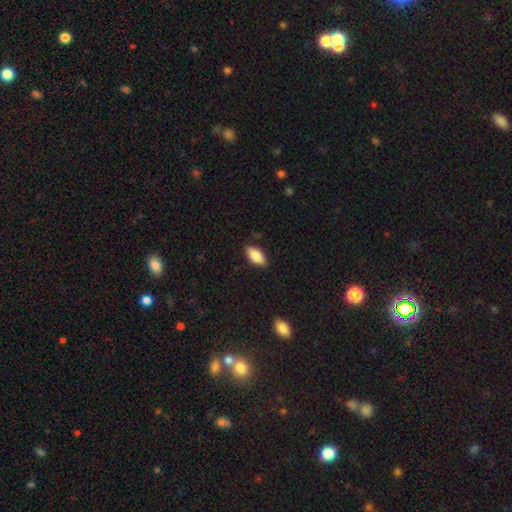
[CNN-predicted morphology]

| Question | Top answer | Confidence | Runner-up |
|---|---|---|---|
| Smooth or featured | smooth | 81% | featured or disk (13%) |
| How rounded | in between | 90% | cigar-shaped (7%) |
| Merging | none | 82% | minor disturbance (14%) |